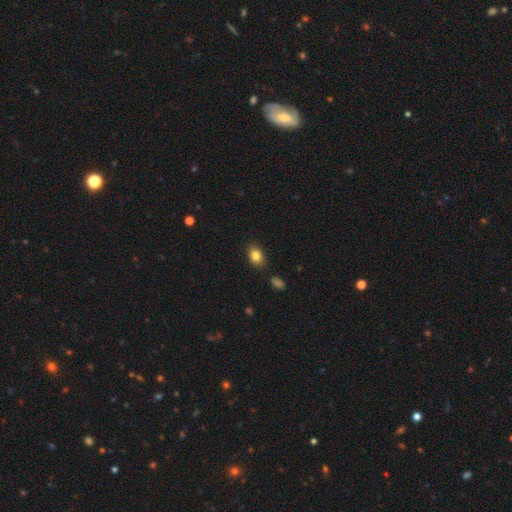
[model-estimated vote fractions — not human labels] Q: Smooth or featured?
A: smooth (83%); runner-up: star or artifact (9%)
Q: How rounded?
A: in between (76%); runner-up: round (23%)
Q: Merging?
A: none (84%); runner-up: minor disturbance (12%)